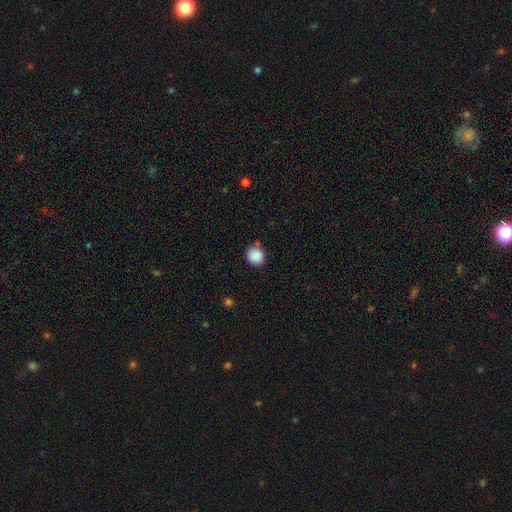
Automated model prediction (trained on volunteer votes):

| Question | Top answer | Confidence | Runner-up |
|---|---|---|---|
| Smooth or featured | smooth | 88% | star or artifact (9%) |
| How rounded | round | 88% | in between (11%) |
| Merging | none | 79% | minor disturbance (13%) |